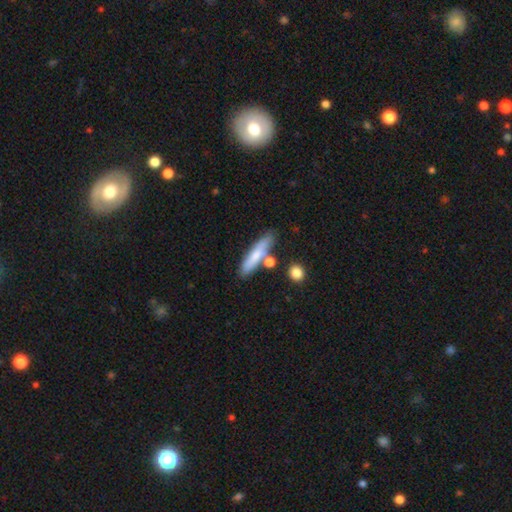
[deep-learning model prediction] Q: Smooth or featured?
A: smooth (68%); runner-up: featured or disk (25%)
Q: How rounded?
A: cigar-shaped (79%); runner-up: in between (18%)
Q: Merging?
A: none (69%); runner-up: minor disturbance (14%)